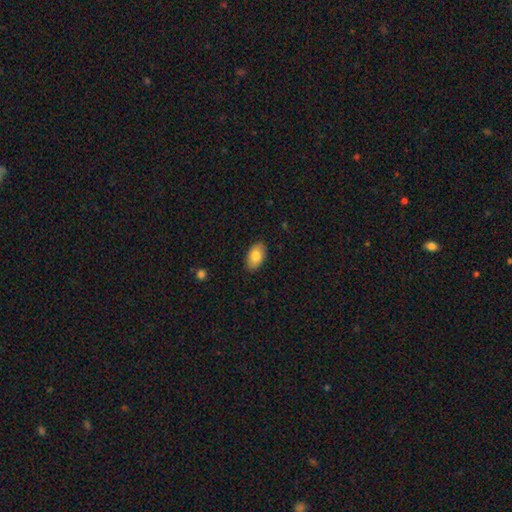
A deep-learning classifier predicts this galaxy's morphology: The model was most divided on "smooth or featured": smooth: 82%, featured or disk: 11%, star or artifact: 7%. More confident: how rounded — in between (92%); merging — none (87%).